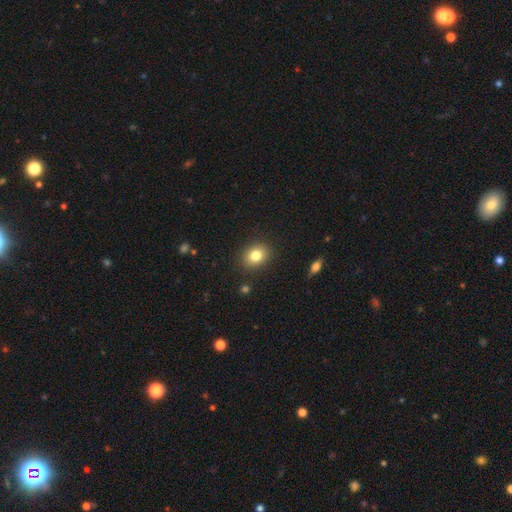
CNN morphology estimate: This appears to be a smooth galaxy with no disk features (82%) that is in between round and cigar-shaped (52%). Merging: none (88%).